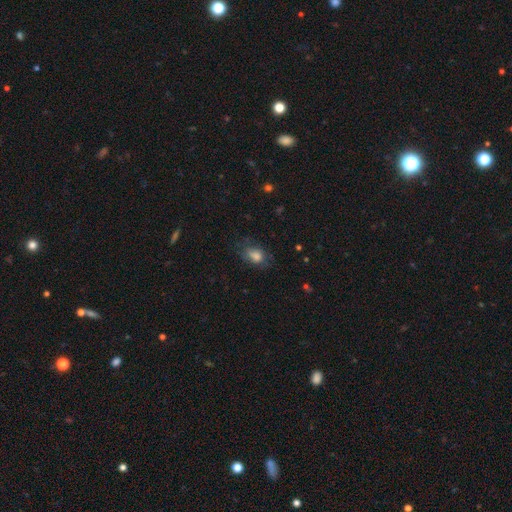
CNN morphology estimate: Overall: smooth (75%). How rounded: in between (77%). Merging: none (64%).